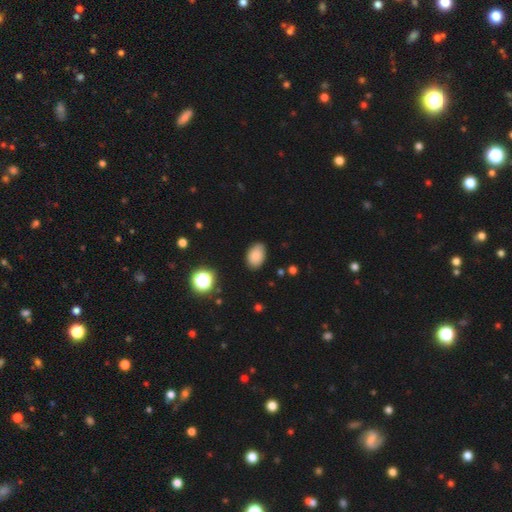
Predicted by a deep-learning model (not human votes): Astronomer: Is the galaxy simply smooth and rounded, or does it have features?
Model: smooth — 85%.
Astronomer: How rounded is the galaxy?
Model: in between — 86%.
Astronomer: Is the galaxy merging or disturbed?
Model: none — 83%.